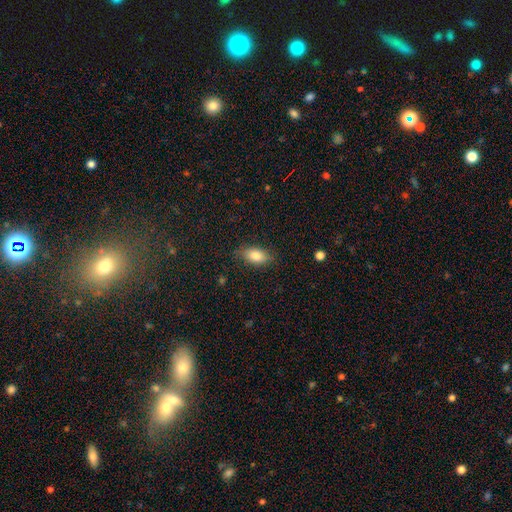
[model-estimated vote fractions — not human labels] Q: Smooth or featured?
A: smooth (82%); runner-up: featured or disk (10%)
Q: How rounded?
A: in between (88%); runner-up: cigar-shaped (6%)
Q: Merging?
A: none (81%); runner-up: minor disturbance (14%)